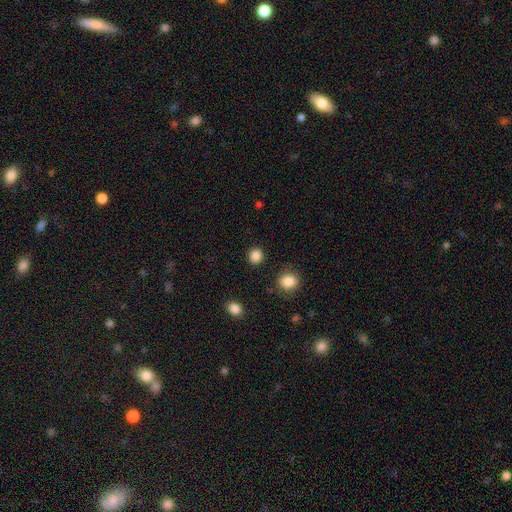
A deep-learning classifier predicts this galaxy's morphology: A smooth galaxy with no disk features (87%) that is round (86%). Merging: none (90%).